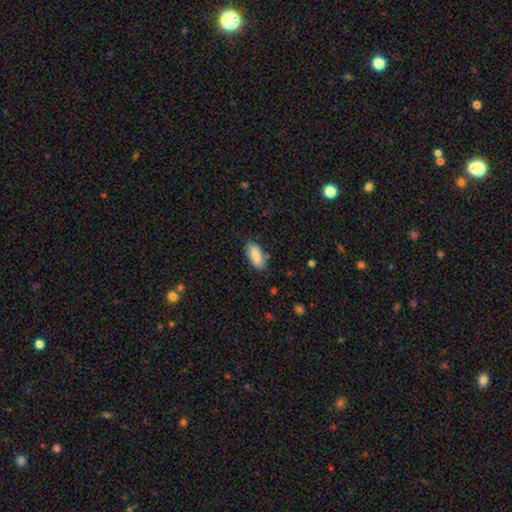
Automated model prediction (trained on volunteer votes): This is clearly a smooth galaxy (80%). How rounded: clearly in between (87%). Merging: clearly none (81%).